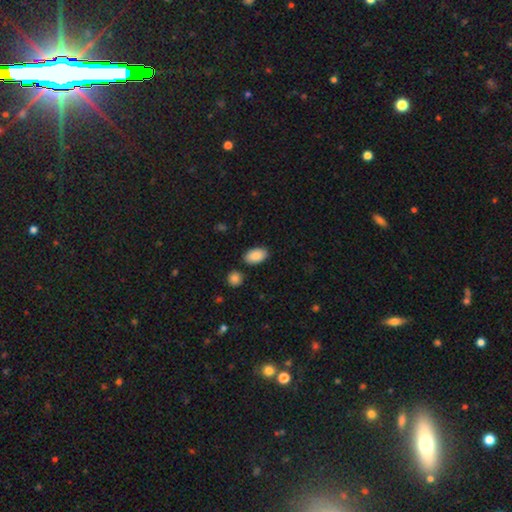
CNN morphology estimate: type=smooth (88%); roundness=in between (94%); merging=none (85%).